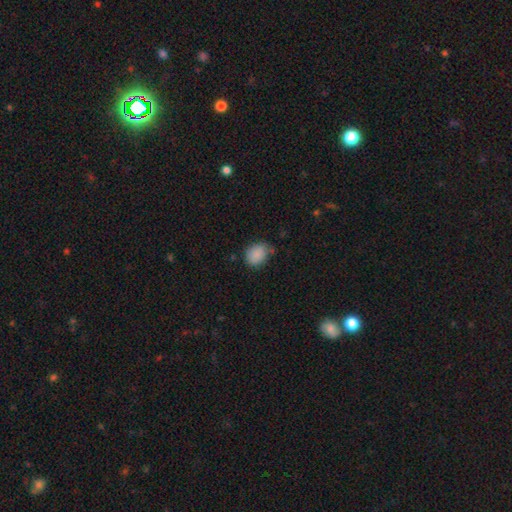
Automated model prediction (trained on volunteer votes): A smooth galaxy with no disk features (87%) that is in between round and cigar-shaped (55%). Merging: none (67%).